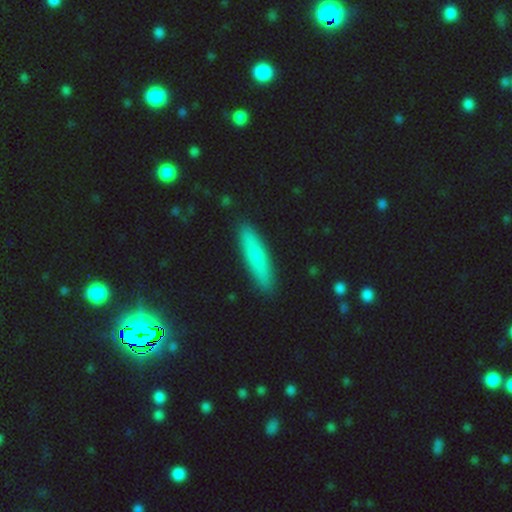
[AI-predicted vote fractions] Smooth or featured? Predicted: smooth (p=0.76). How rounded? Predicted: cigar-shaped (p=0.83). Merging? Predicted: none (p=0.90).